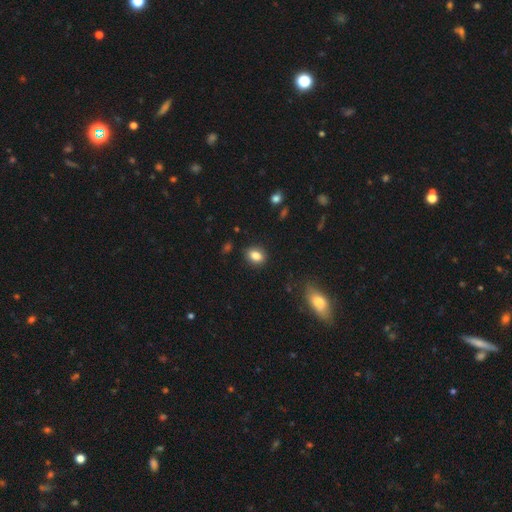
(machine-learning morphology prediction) Smooth or featured: smooth — 84% (star or artifact — 9%)
How rounded: in between — 64% (round — 35%)
Merging: none — 87% (minor disturbance — 9%)